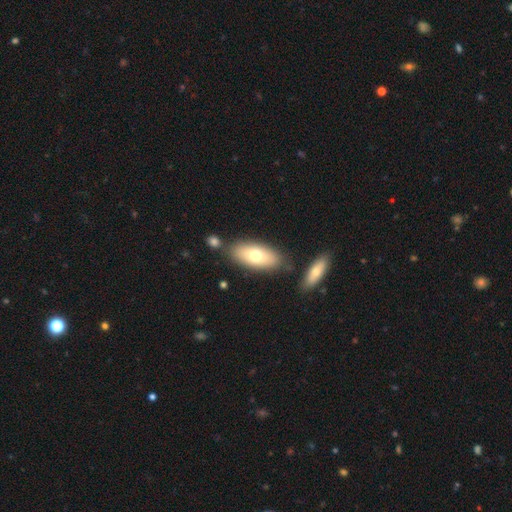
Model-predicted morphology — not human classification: smooth 70%, featured or disk 24%, star or artifact 7%. Down the decision tree: how rounded — in between (86%); merging — none (75%).